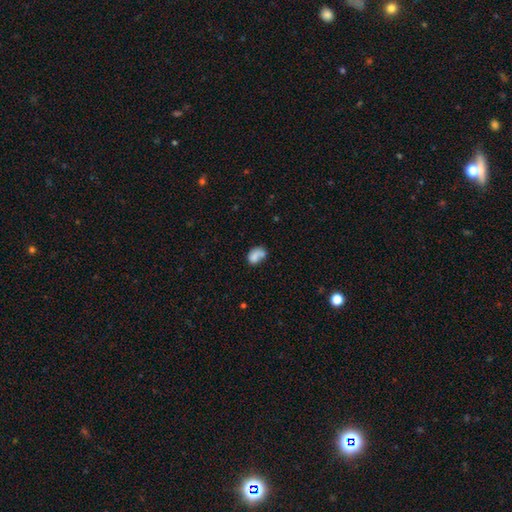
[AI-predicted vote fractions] Smooth or featured: smooth — 74% (featured or disk — 16%)
How rounded: in between — 77% (round — 21%)
Merging: merger — 38% (none — 32%)